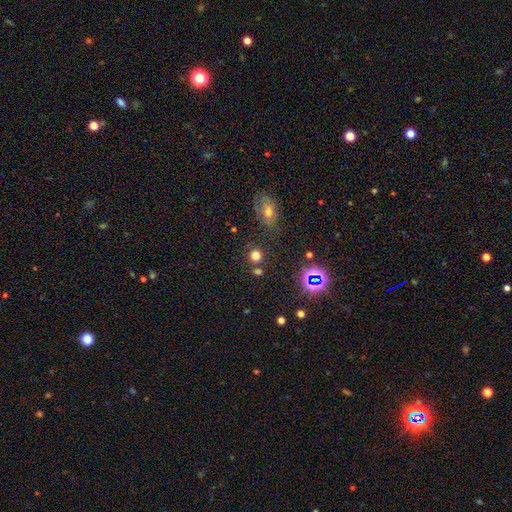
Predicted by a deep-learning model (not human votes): smooth 70%, star or artifact 23%, featured or disk 6%. Down the decision tree: how rounded — round (87%); merging — none (77%).